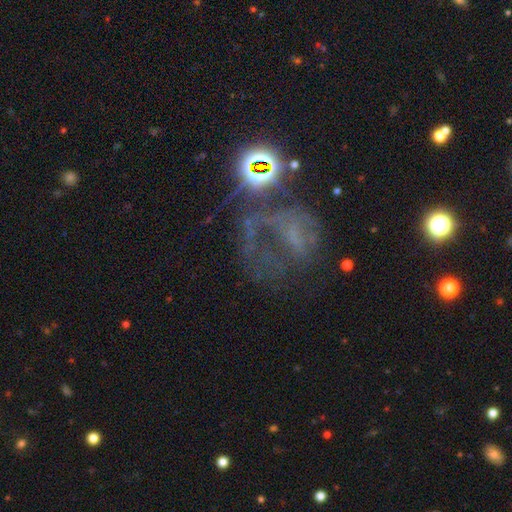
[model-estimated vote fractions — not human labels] Q: Smooth or featured?
A: featured or disk (42%); runner-up: star or artifact (40%)
Q: Merging?
A: major disturbance (40%); runner-up: none (32%)